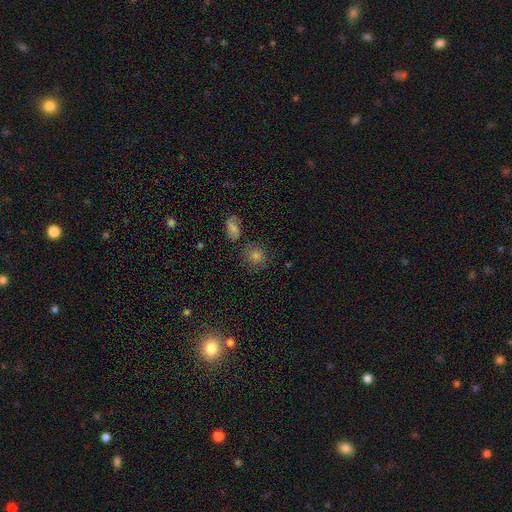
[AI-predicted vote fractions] Overall: smooth (63%; star or artifact 24%). How rounded: round (84%). Merging: none (77%).